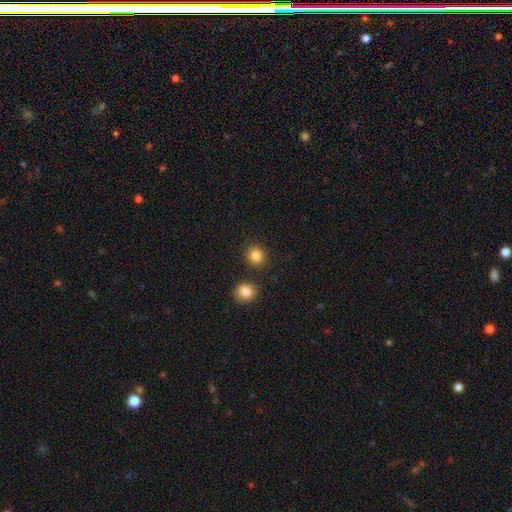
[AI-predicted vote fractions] This appears to be a smooth galaxy with no disk features (86%) that is round (87%). Merging: none (84%).